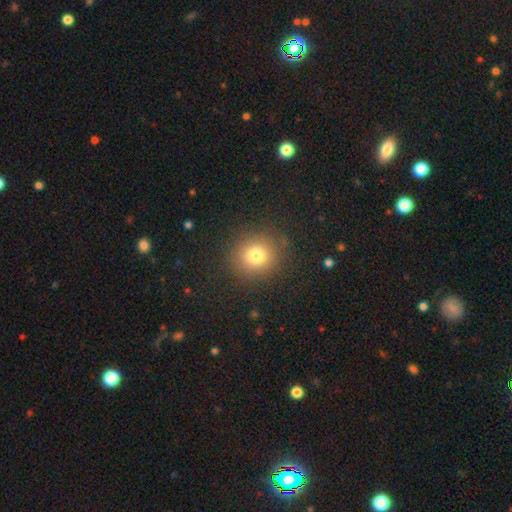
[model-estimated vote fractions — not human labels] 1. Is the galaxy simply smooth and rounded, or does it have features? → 77% smooth, 15% star or artifact, 9% featured or disk.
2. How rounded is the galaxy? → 90% round, 9% in between, 1% cigar-shaped.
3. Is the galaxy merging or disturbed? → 88% none, 7% minor disturbance, 4% major disturbance, 1% merger.